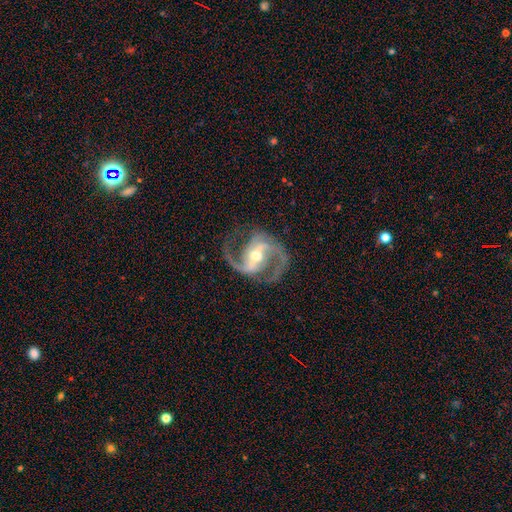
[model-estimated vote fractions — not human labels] Smooth or featured? Predicted: featured or disk (p=0.93). Edge-on disk? Predicted: no (p=0.98). Bar? Predicted: strong (p=0.51). Spiral arms? Predicted: yes (p=0.98). Spiral winding? Predicted: medium (p=0.60). Spiral arm count? Predicted: 2 (p=0.91). Bulge size? Predicted: moderate (p=0.62). Merging? Predicted: none (p=0.79).